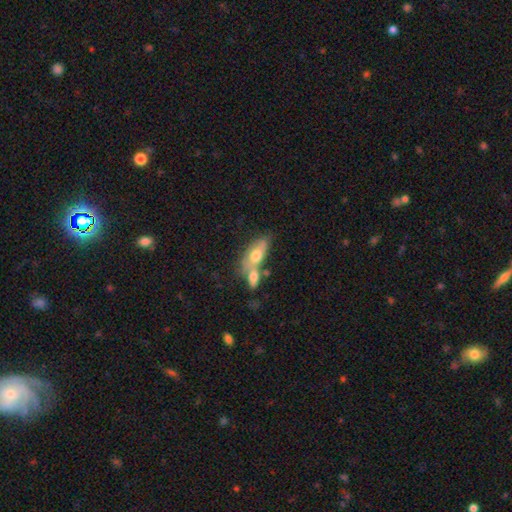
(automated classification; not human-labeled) Smooth or featured? Predicted: smooth (p=0.62). How rounded? Predicted: in between (p=0.79). Merging? Predicted: merger (p=0.54).